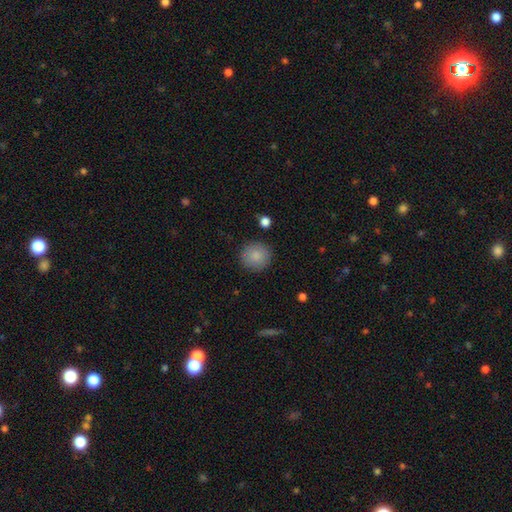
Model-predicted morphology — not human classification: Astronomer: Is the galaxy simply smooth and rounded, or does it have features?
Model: smooth — 87%.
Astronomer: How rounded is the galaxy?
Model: round — 92%.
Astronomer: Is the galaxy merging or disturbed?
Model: none — 90%.